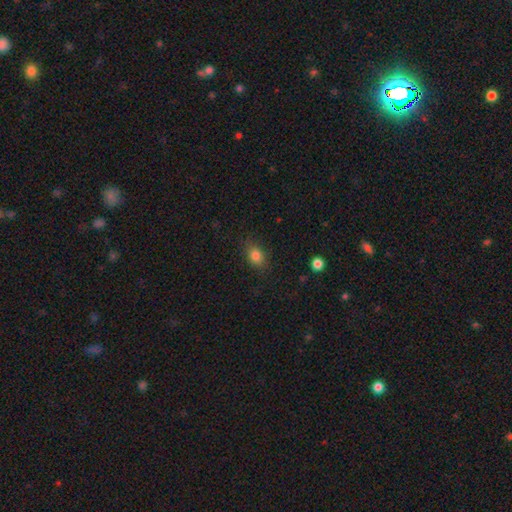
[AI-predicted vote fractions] smooth 83%, star or artifact 11%, featured or disk 6%. Down the decision tree: how rounded — in between (70%); merging — none (82%).